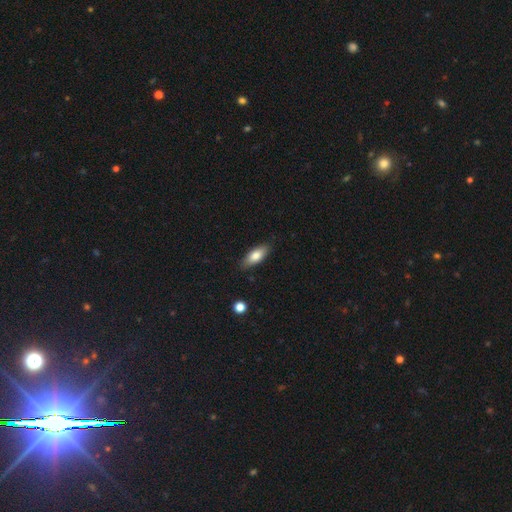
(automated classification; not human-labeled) A smooth galaxy with no disk features (78%) that is in between round and cigar-shaped (78%).

Vote fractions:
- Smooth or featured? smooth: 78% / featured or disk: 16% / star or artifact: 6%
- How rounded? in between: 78% / cigar-shaped: 19% / round: 2%
- Merging? none: 84% / minor disturbance: 12% / major disturbance: 2% / merger: 1%